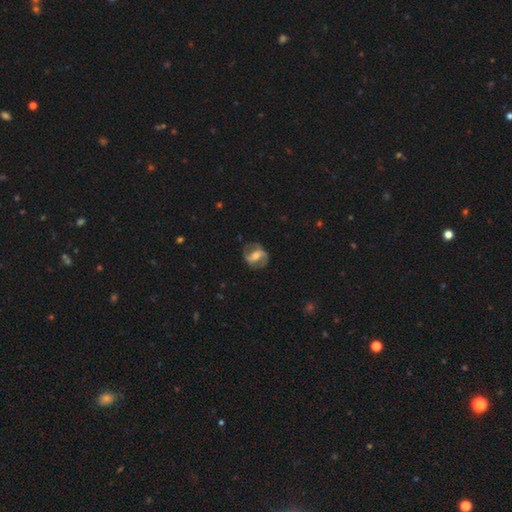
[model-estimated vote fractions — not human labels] smooth-or-featured: featured or disk: 76% | smooth: 18% | star or artifact: 6%
  disk-edge-on: no: 95% | yes: 5%
    bar: strong: 46% | weak: 36% | no: 18%
    has-spiral-arms: yes: 88% | no: 12%
      spiral-winding: medium: 46% | loose: 33% | tight: 20%
      spiral-arm-count: 2: 89% | can't tell: 6% | 1: 2% | 3: 2% | 4: 1% | more than 4: 1%
    bulge-size: moderate: 59% | small: 30% | large: 7% | none: 3% | dominant: 1%
  merging: none: 77% | minor disturbance: 15% | major disturbance: 7% | merger: 1%